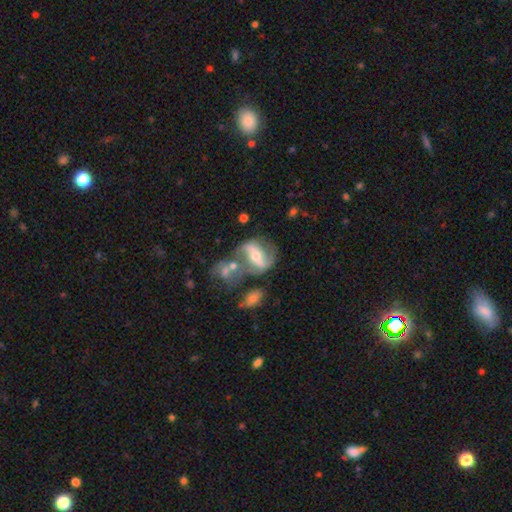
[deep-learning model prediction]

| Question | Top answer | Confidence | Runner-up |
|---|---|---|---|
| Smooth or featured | featured or disk | 80% | smooth (12%) |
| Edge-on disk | no | 95% | yes (5%) |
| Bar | strong | 55% | weak (27%) |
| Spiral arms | yes | 90% | no (10%) |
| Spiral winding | loose | 49% | medium (39%) |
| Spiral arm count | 2 | 88% | can't tell (5%) |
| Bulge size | moderate | 60% | small (34%) |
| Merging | none | 51% | merger (23%) |